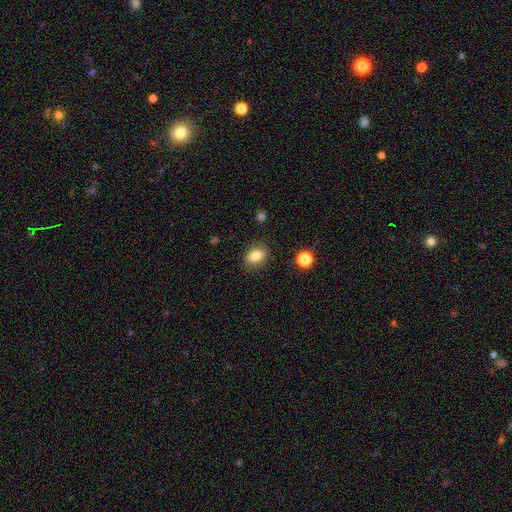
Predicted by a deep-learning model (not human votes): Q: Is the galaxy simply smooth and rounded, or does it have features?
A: smooth — 82%.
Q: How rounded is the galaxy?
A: in between — 72%.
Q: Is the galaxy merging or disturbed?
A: none — 82%.